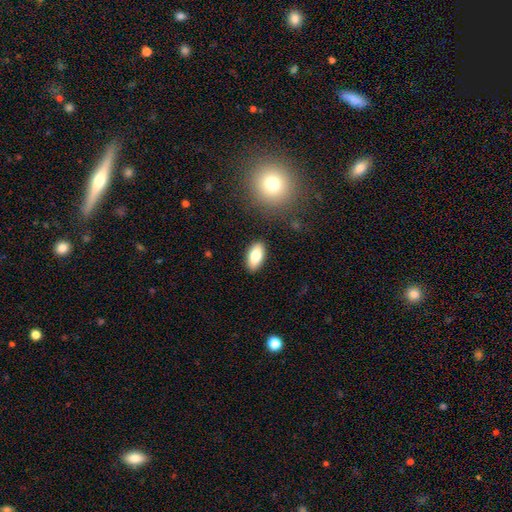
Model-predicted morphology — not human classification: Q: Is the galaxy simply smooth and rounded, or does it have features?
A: smooth — 76%.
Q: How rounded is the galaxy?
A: in between — 90%.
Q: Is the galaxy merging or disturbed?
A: none — 87%.